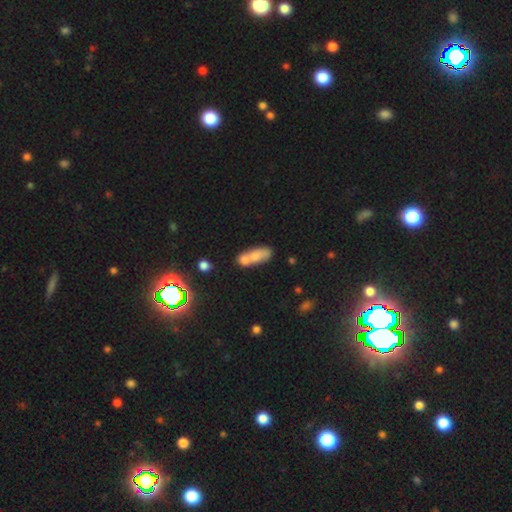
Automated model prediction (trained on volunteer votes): Smooth or featured? Predicted: smooth (p=0.68). How rounded? Predicted: in between (p=0.73). Merging? Predicted: merger (p=0.48).